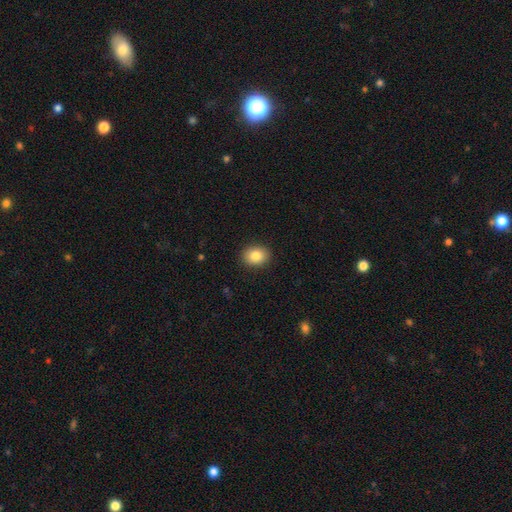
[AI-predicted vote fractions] Smooth or featured? Predicted: smooth (p=0.84). How rounded? Predicted: in between (p=0.52). Merging? Predicted: none (p=0.90).